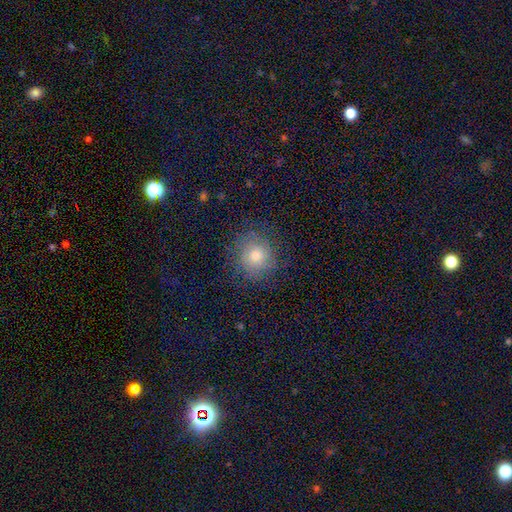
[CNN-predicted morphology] smooth 55%, featured or disk 26%, star or artifact 19%. Down the decision tree: how rounded — round (89%); merging — none (80%).